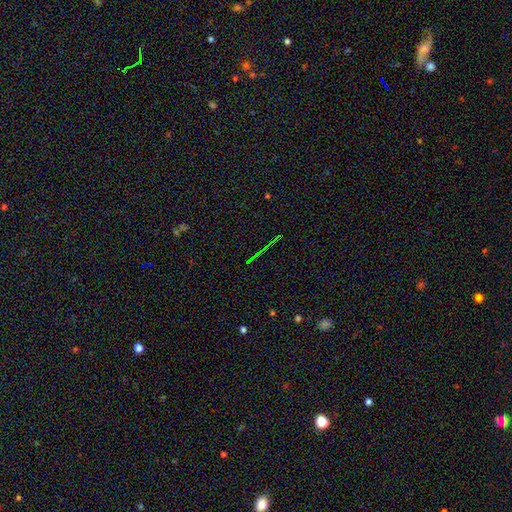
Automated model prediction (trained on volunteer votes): The model was most divided on "smooth or featured": star or artifact: 75%, featured or disk: 13%, smooth: 12%.